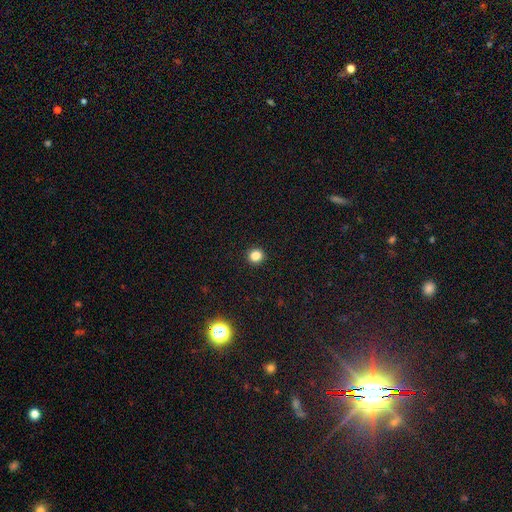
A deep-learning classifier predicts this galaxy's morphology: A smooth galaxy with no disk features (84%) that is round (94%). Merging: none (94%).